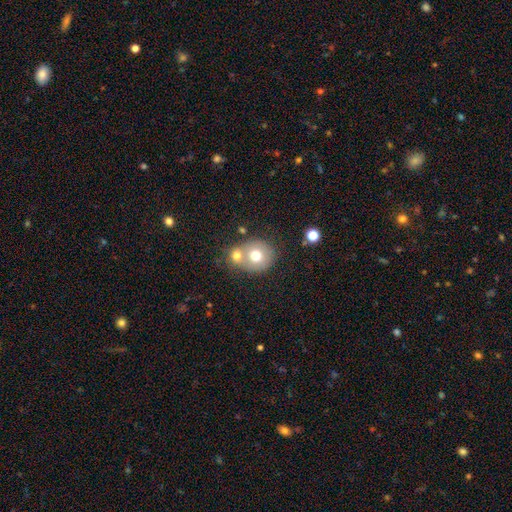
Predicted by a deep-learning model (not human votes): Q: Smooth or featured?
A: smooth (70%); runner-up: featured or disk (20%)
Q: How rounded?
A: round (80%); runner-up: in between (19%)
Q: Merging?
A: merger (52%); runner-up: none (38%)